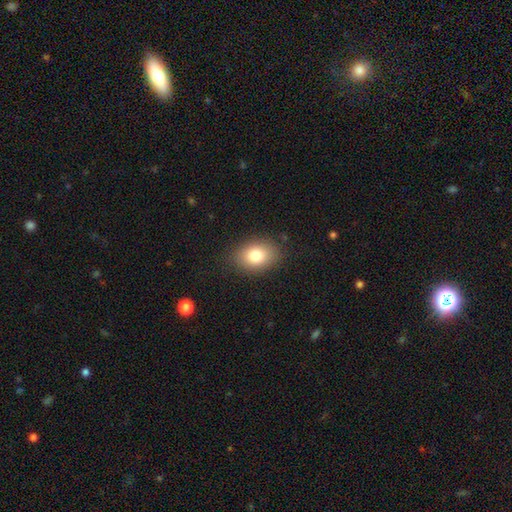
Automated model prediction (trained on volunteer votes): This appears to be a smooth galaxy with no disk features (80%) that is in between round and cigar-shaped (74%). Merging: none (85%).